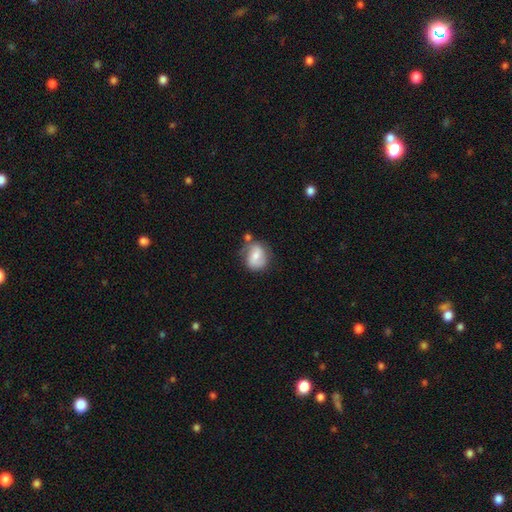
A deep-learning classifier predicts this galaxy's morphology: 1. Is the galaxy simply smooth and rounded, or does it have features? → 57% smooth, 36% featured or disk, 7% star or artifact.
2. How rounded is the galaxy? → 61% round, 38% in between, 1% cigar-shaped.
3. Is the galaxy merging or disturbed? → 58% none, 23% minor disturbance, 12% merger, 7% major disturbance.